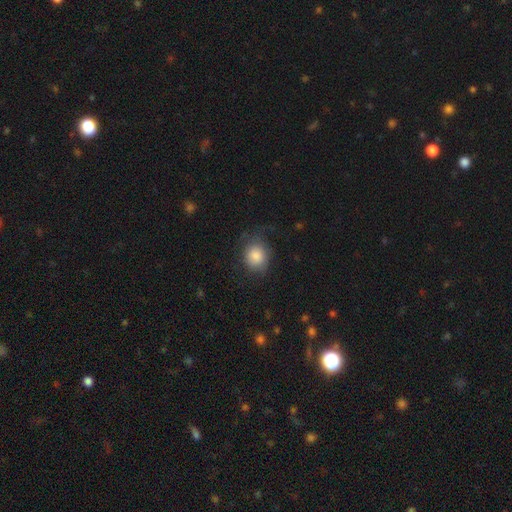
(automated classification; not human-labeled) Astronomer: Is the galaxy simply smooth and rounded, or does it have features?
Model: smooth — 81%.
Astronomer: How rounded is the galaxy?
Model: round — 68%.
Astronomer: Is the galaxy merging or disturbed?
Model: none — 64%.